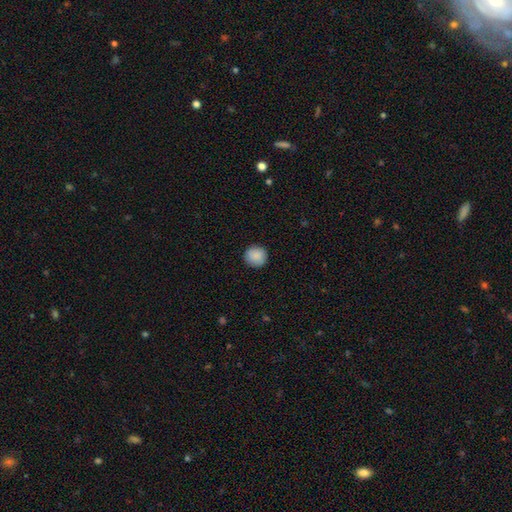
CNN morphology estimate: Q: Smooth or featured?
A: smooth (89%); runner-up: star or artifact (7%)
Q: How rounded?
A: round (94%); runner-up: in between (5%)
Q: Merging?
A: none (90%); runner-up: minor disturbance (7%)